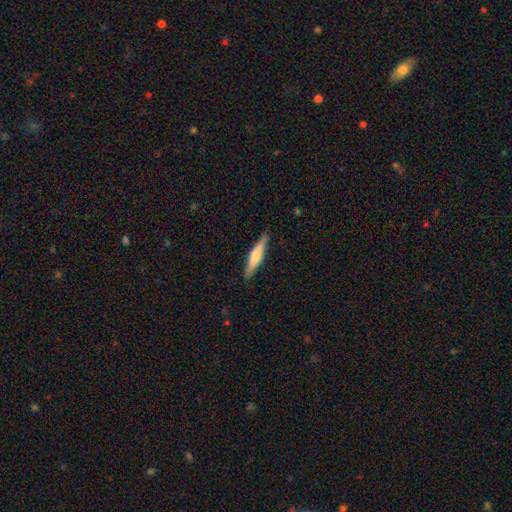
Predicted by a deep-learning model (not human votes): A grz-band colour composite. It shows a smooth galaxy with no disk features (56%) that is cigar-shaped (87%). Merging: none (87%).